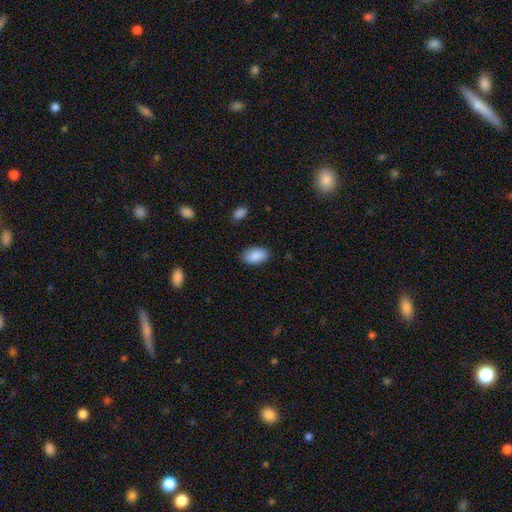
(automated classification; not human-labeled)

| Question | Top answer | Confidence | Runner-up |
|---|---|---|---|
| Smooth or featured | smooth | 90% | star or artifact (6%) |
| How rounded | in between | 94% | round (4%) |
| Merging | none | 85% | minor disturbance (11%) |